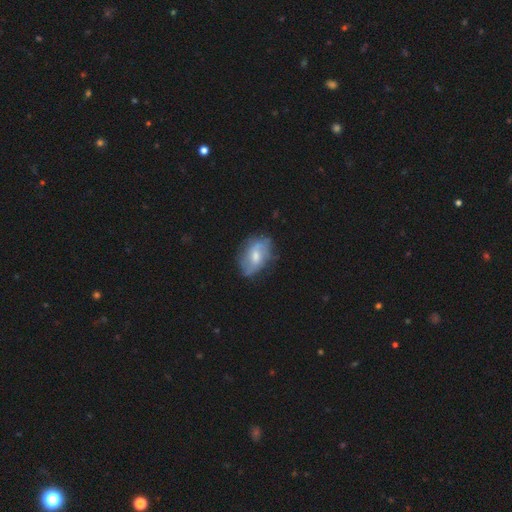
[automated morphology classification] smooth_or_featured: featured or disk (p=0.59) [alt: smooth p=0.34]
disk_edge_on: no (p=0.95) [alt: yes p=0.05]
bar: weak (p=0.48) [alt: no p=0.41]
has_spiral_arms: yes (p=0.77) [alt: no p=0.23]
bulge_size: moderate (p=0.57) [alt: small p=0.30]
merging: none (p=0.63) [alt: minor disturbance p=0.26]